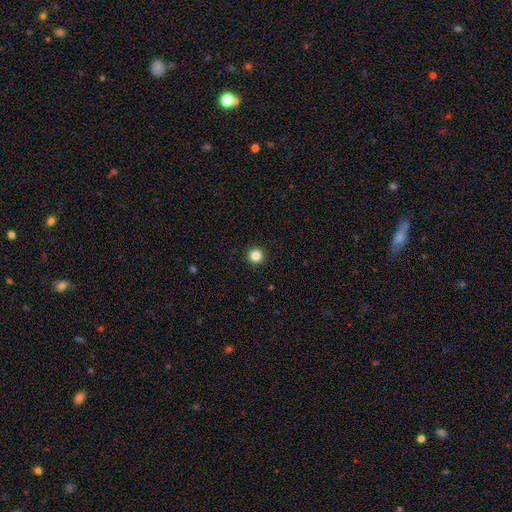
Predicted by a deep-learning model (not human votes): This is clearly a smooth galaxy (85%). How rounded: clearly round (96%). Merging: clearly none (94%).